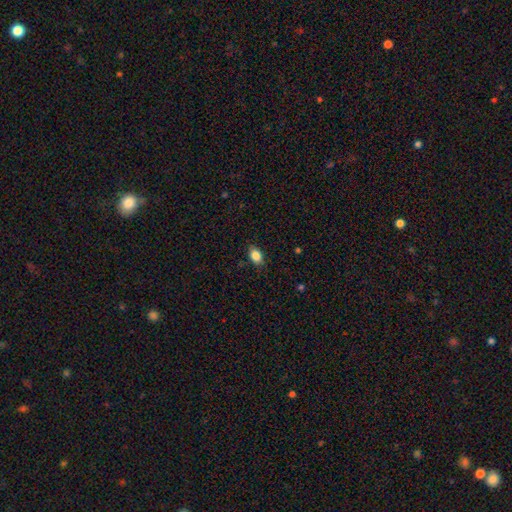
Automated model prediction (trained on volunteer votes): smooth-or-featured: smooth: 86% | star or artifact: 9% | featured or disk: 6%
  how-rounded: in between: 83% | round: 15% | cigar-shaped: 2%
  merging: none: 83% | minor disturbance: 13% | major disturbance: 3% | merger: 1%